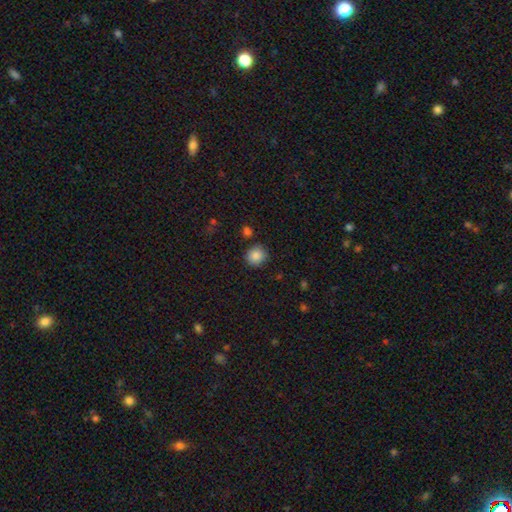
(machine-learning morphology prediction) smooth 87%, star or artifact 9%, featured or disk 4%. Down the decision tree: how rounded — round (87%); merging — none (85%).